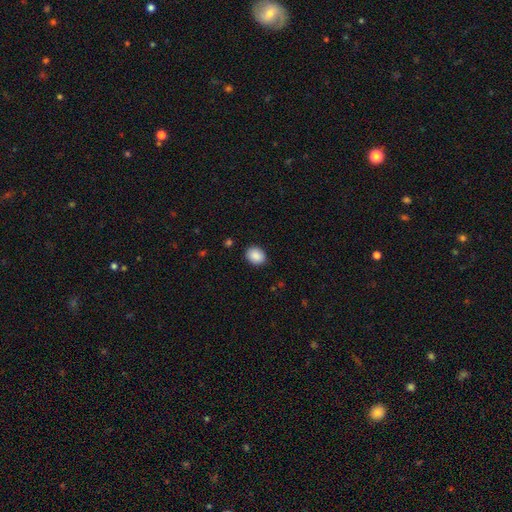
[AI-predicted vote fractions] Overall: smooth (89%). How rounded: in between (54%; round 45%). Merging: none (88%).